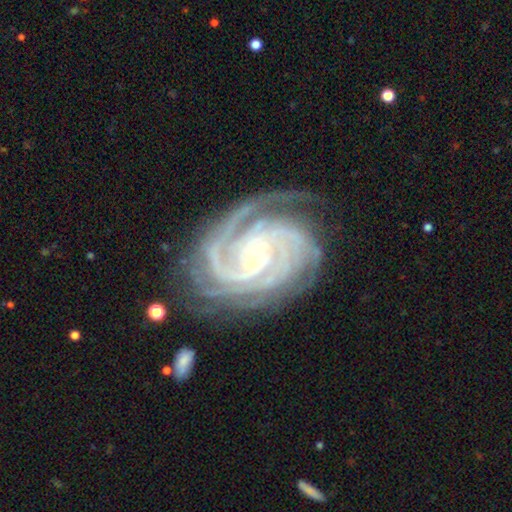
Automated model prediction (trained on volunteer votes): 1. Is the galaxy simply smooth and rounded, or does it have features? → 93% featured or disk, 4% star or artifact, 2% smooth.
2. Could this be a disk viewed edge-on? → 98% no, 2% yes.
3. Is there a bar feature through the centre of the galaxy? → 41% no, 37% weak, 22% strong.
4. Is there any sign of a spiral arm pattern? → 99% yes, 1% no.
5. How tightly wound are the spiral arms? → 77% tight, 21% medium, 2% loose.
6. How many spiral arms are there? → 32% 4, 26% 3, 12% 2, 12% more than 4, 11% can't tell, 7% 1.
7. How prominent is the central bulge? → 73% small, 24% moderate, 1% large, 1% none, 1% dominant.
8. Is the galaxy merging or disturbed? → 76% none, 17% minor disturbance, 5% major disturbance, 2% merger.